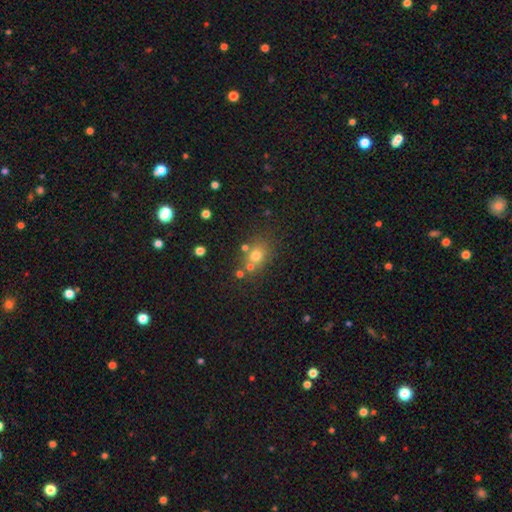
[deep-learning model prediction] Smooth or featured? Predicted: smooth (p=0.69). How rounded? Predicted: round (p=0.60). Merging? Predicted: none (p=0.63).